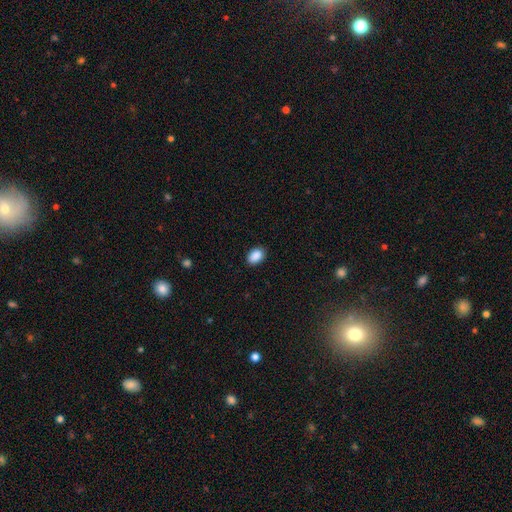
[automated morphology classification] A smooth galaxy with no disk features (90%) that is in between round and cigar-shaped (83%). Merging: none (88%).